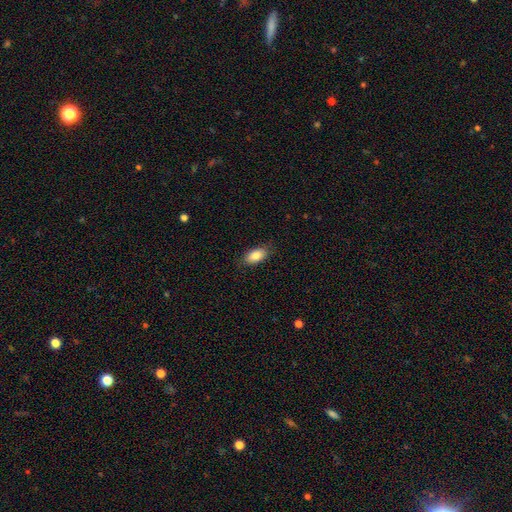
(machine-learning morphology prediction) The model was most divided on "merging": none: 84%, minor disturbance: 12%, major disturbance: 3%, merger: 1%. More confident: how rounded — in between (90%); smooth or featured — smooth (84%).